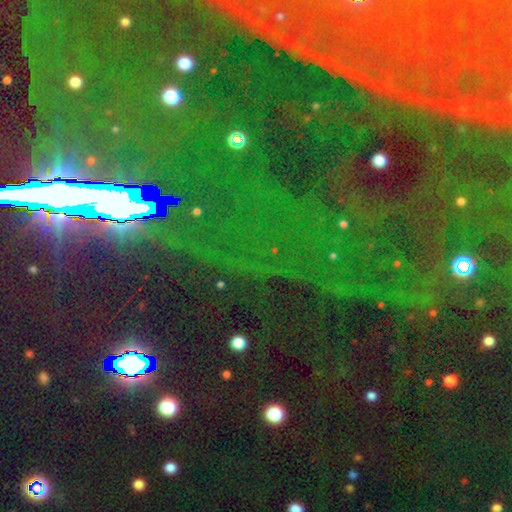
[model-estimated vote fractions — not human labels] Q: Smooth or featured?
A: star or artifact (83%); runner-up: smooth (9%)